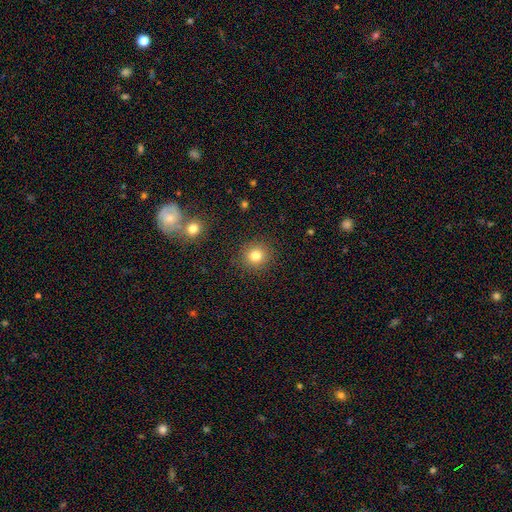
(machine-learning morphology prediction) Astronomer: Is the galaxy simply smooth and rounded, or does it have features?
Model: smooth — 81%.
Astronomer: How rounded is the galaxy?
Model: round — 93%.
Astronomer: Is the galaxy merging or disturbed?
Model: none — 90%.